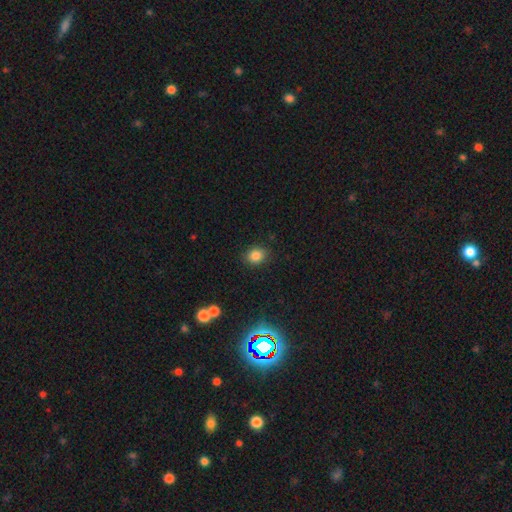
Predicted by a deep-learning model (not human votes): smooth-or-featured: smooth: 83% | star or artifact: 12% | featured or disk: 5%
  how-rounded: round: 56% | in between: 43% | cigar-shaped: 1%
  merging: none: 86% | minor disturbance: 10% | major disturbance: 3% | merger: 1%